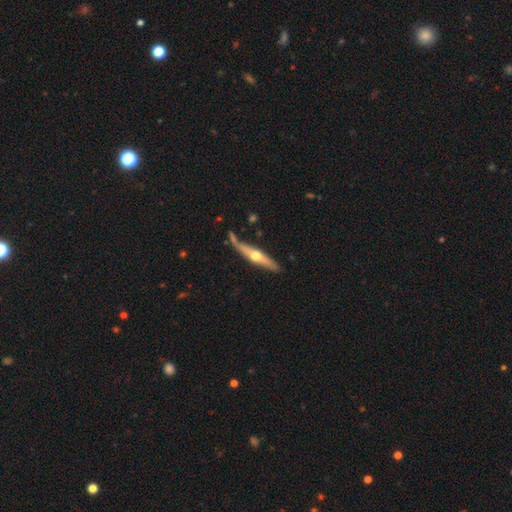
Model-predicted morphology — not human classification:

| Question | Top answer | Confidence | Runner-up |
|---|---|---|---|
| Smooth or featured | featured or disk | 67% | smooth (29%) |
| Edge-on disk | yes | 93% | no (7%) |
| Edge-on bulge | rounded | 94% | none (4%) |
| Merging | none | 73% | minor disturbance (17%) |